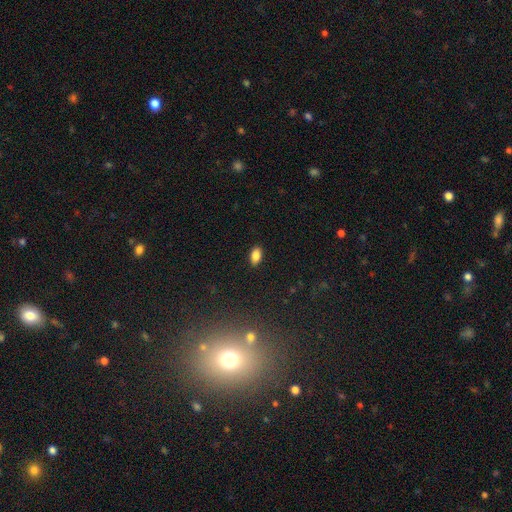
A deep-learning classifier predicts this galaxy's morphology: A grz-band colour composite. It shows a smooth galaxy with no disk features (85%) that is in between round and cigar-shaped (91%). Merging: none (88%).